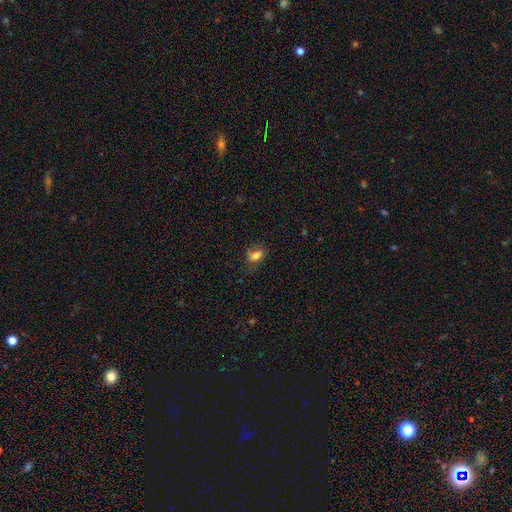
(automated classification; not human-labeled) Smooth or featured: smooth — 72% (featured or disk — 15%)
How rounded: in between — 81% (round — 13%)
Merging: none — 61% (minor disturbance — 25%)